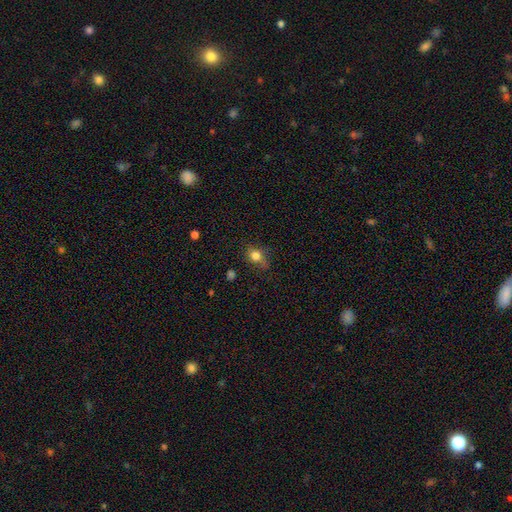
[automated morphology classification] smooth 79%, star or artifact 11%, featured or disk 10%. Down the decision tree: how rounded — in between (53%); merging — none (65%).